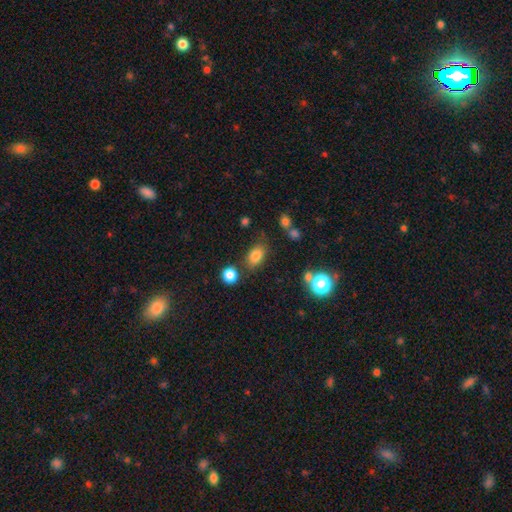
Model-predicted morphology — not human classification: Smooth or featured?
  - smooth: 80% *
  - star or artifact: 12%
  - featured or disk: 8%
How rounded?
  - in between: 81% *
  - round: 17%
  - cigar-shaped: 2%
Merging?
  - none: 72% *
  - minor disturbance: 15%
  - merger: 7%
  - major disturbance: 5%